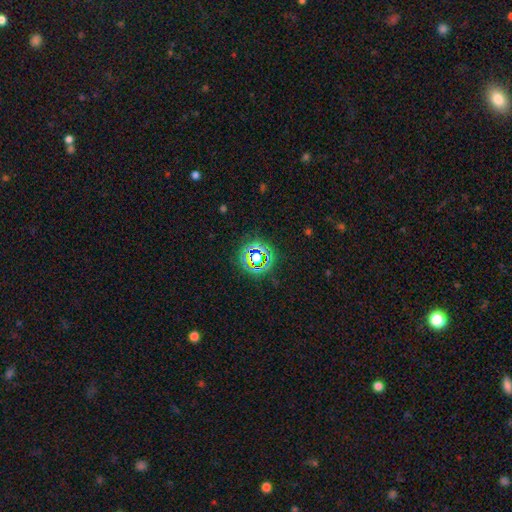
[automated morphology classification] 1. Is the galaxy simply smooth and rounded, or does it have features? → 64% star or artifact, 25% smooth, 11% featured or disk.